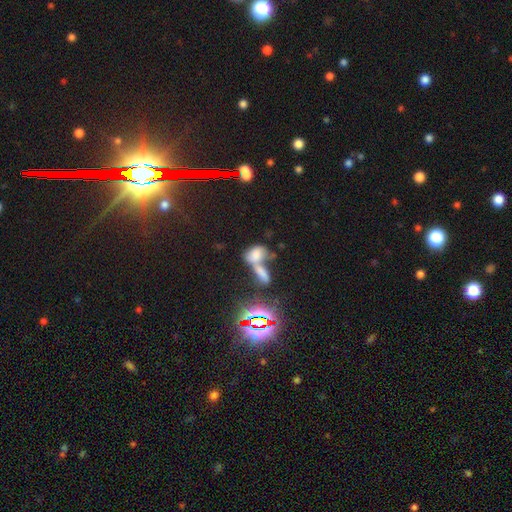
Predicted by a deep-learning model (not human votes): Q: Smooth or featured?
A: smooth (64%); runner-up: star or artifact (20%)
Q: How rounded?
A: in between (86%); runner-up: round (9%)
Q: Merging?
A: merger (72%); runner-up: none (15%)